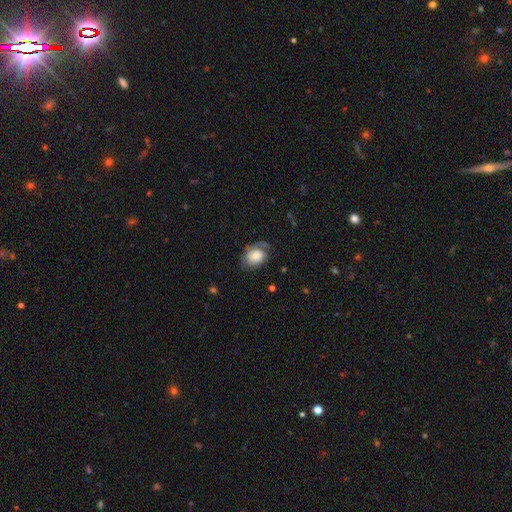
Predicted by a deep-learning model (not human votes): Q: Smooth or featured?
A: smooth (55%); runner-up: featured or disk (36%)
Q: How rounded?
A: in between (60%); runner-up: round (39%)
Q: Merging?
A: none (54%); runner-up: minor disturbance (27%)